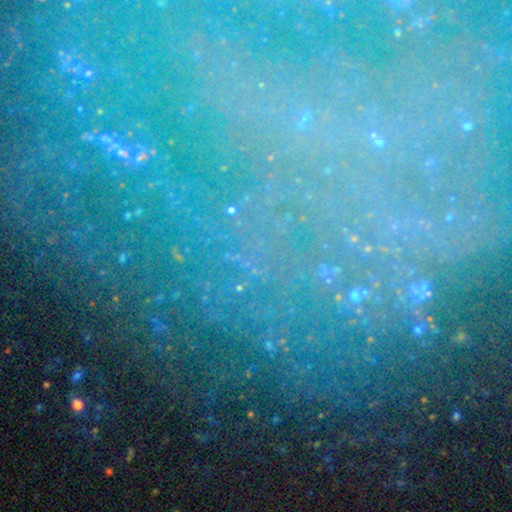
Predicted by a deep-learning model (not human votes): Overall: star or artifact (71%).